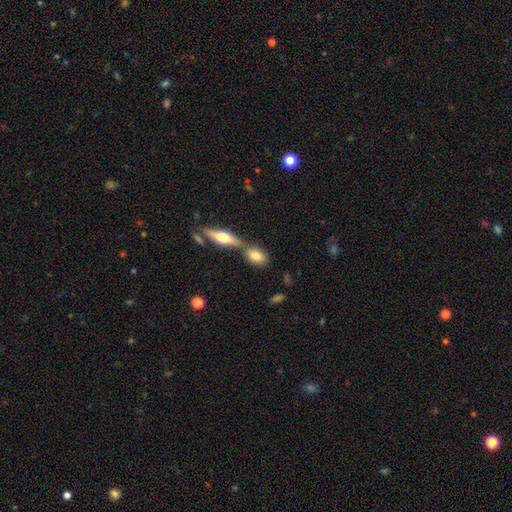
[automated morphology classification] Smooth or featured?
  - smooth: 78% *
  - featured or disk: 16%
  - star or artifact: 7%
How rounded?
  - in between: 80% *
  - round: 13%
  - cigar-shaped: 7%
Merging?
  - none: 53% *
  - merger: 32%
  - minor disturbance: 12%
  - major disturbance: 4%